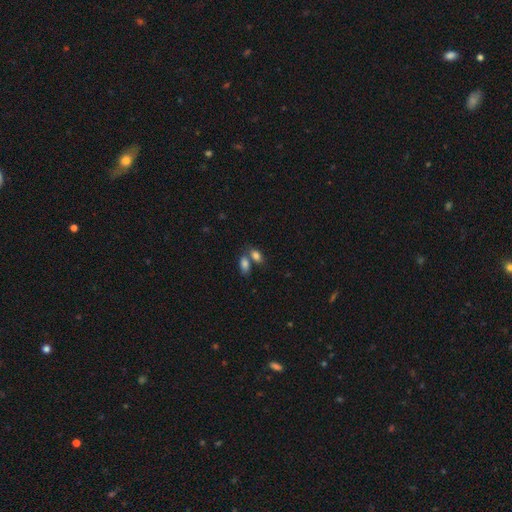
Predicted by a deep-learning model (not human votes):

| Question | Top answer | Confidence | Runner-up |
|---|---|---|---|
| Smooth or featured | smooth | 82% | star or artifact (9%) |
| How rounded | in between | 88% | round (8%) |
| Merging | merger | 44% | none (43%) |